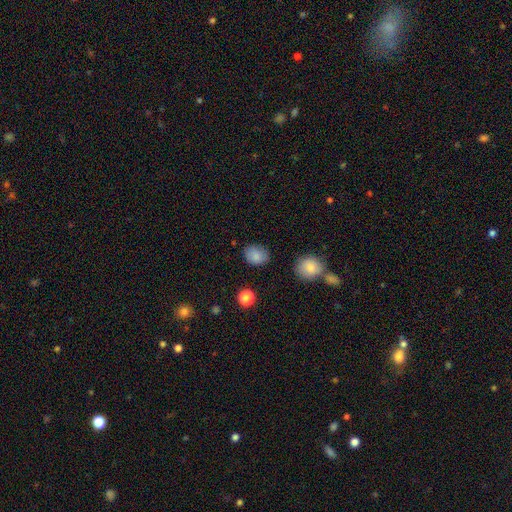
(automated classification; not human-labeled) Smooth or featured?
  - smooth: 85% *
  - star or artifact: 9%
  - featured or disk: 5%
How rounded?
  - in between: 55% *
  - round: 44%
  - cigar-shaped: 1%
Merging?
  - none: 81% *
  - minor disturbance: 13%
  - major disturbance: 3%
  - merger: 2%